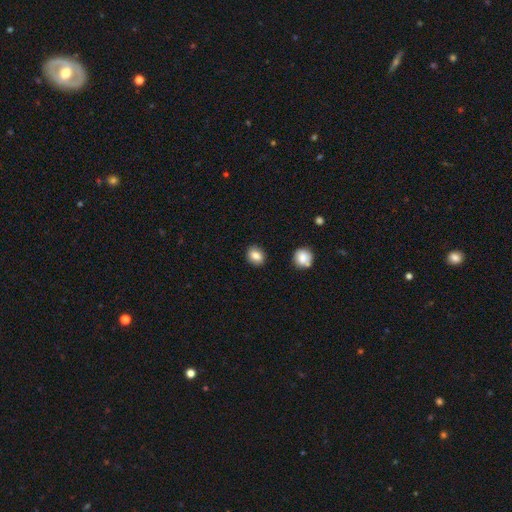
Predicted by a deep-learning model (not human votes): smooth-or-featured: smooth: 84% | star or artifact: 9% | featured or disk: 7%
  how-rounded: round: 59% | in between: 40% | cigar-shaped: 1%
  merging: none: 88% | minor disturbance: 8% | major disturbance: 2% | merger: 2%